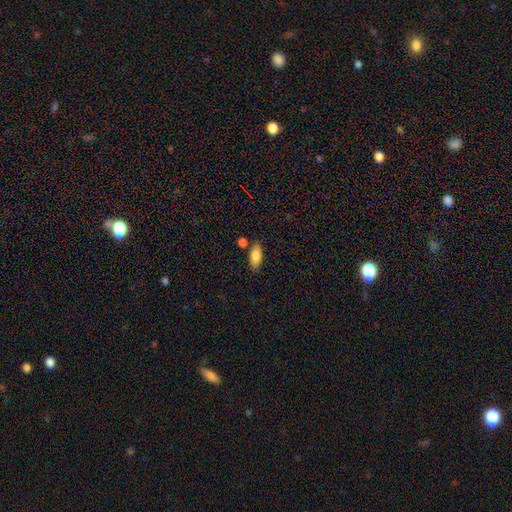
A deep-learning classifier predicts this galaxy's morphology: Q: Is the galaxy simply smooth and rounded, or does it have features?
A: smooth — 82%.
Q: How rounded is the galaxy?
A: in between — 82%.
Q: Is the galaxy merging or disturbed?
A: none — 75%.